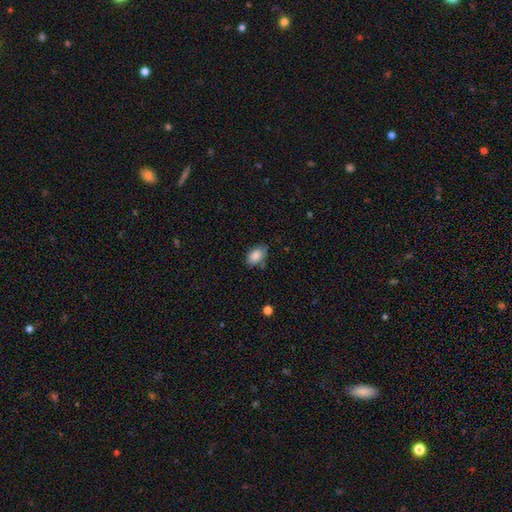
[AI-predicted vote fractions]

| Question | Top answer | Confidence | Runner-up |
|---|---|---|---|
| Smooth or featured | smooth | 86% | star or artifact (7%) |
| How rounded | in between | 90% | round (9%) |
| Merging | none | 68% | minor disturbance (24%) |